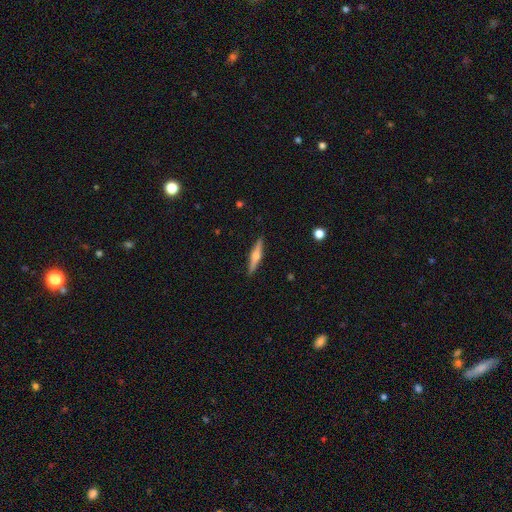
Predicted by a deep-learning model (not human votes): A featured or disk galaxy (64%) viewed edge-on (97%) with a rounded central bulge (90%). Merging: none (91%).